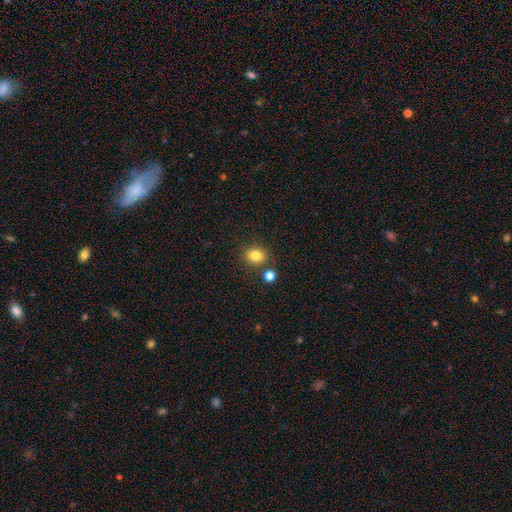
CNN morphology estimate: type=smooth (82%); roundness=round (60%); merging=none (77%).